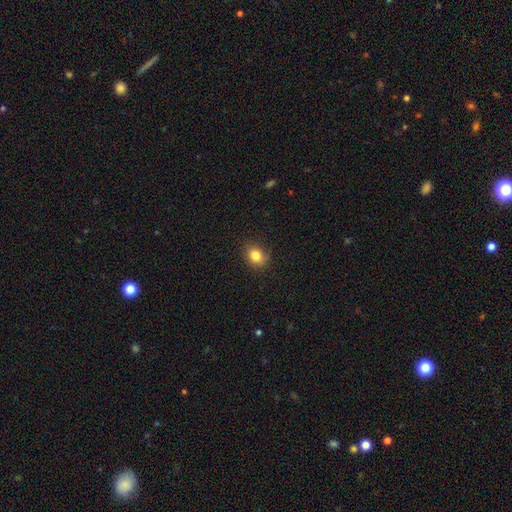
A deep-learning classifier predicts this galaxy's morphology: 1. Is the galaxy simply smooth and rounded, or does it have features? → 82% smooth, 11% star or artifact, 7% featured or disk.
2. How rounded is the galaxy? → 64% round, 35% in between, 1% cigar-shaped.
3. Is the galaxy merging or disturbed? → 78% none, 17% minor disturbance, 4% major disturbance, 1% merger.